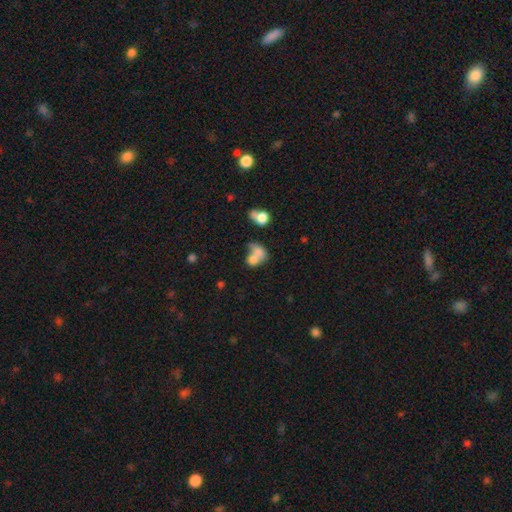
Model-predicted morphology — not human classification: smooth 70%, featured or disk 19%, star or artifact 11%. Down the decision tree: how rounded — in between (57%); merging — merger (66%).